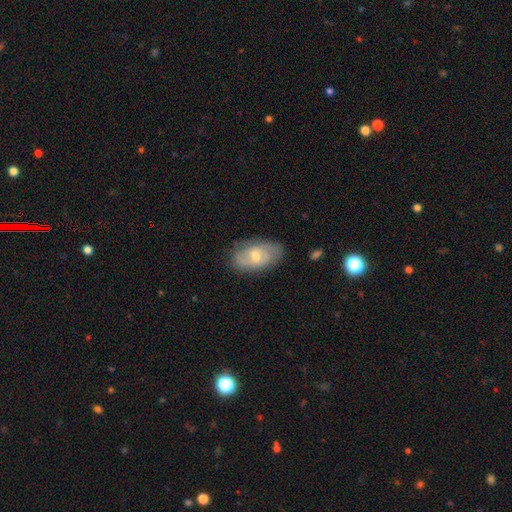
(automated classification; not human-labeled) Smooth or featured: featured or disk — 67% (smooth — 26%)
Edge-on disk: no — 94% (yes — 6%)
Bar: no — 49% (weak — 43%)
Spiral arms: yes — 85% (no — 15%)
Spiral winding: tight — 42% (medium — 41%)
Spiral arm count: 2 — 59% (can't tell — 27%)
Bulge size: moderate — 50% (small — 46%)
Merging: none — 77% (minor disturbance — 17%)